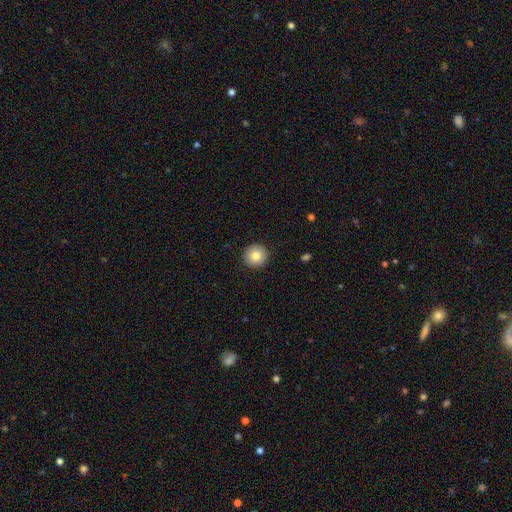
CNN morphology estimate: The model was most divided on "smooth or featured": smooth: 81%, featured or disk: 10%, star or artifact: 8%. More confident: how rounded — round (96%); merging — none (93%).